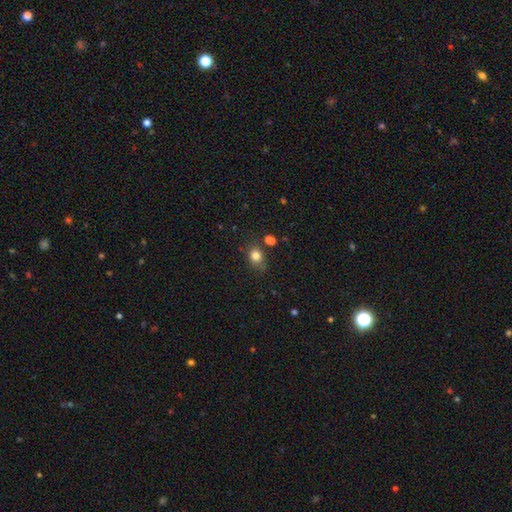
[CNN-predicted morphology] Smooth or featured?
  - smooth: 82% *
  - star or artifact: 12%
  - featured or disk: 6%
How rounded?
  - round: 55% *
  - in between: 44%
  - cigar-shaped: 1%
Merging?
  - none: 71% *
  - minor disturbance: 18%
  - merger: 7%
  - major disturbance: 5%